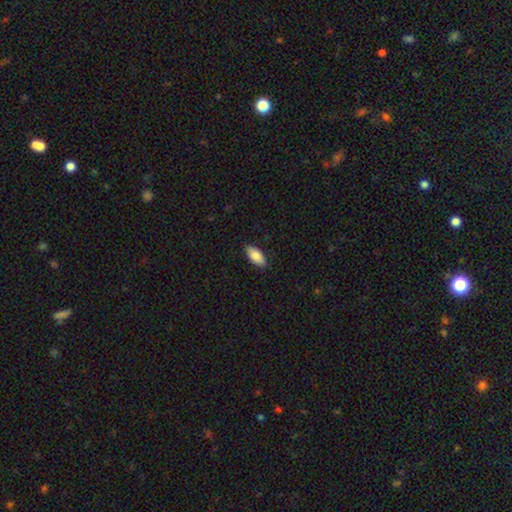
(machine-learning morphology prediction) smooth 86%, featured or disk 8%, star or artifact 6%. Down the decision tree: how rounded — in between (88%); merging — none (88%).